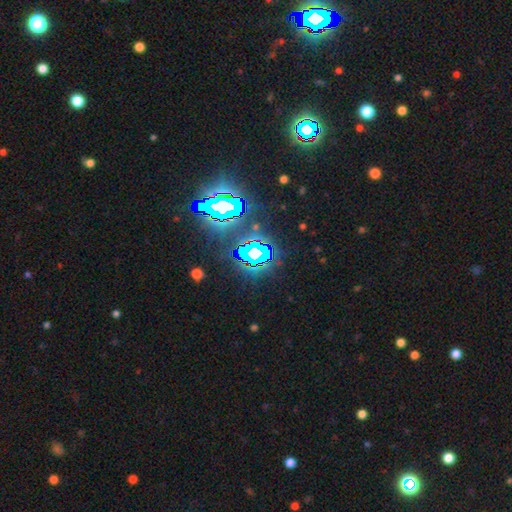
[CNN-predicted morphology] star or artifact 74%, smooth 15%, featured or disk 11%.